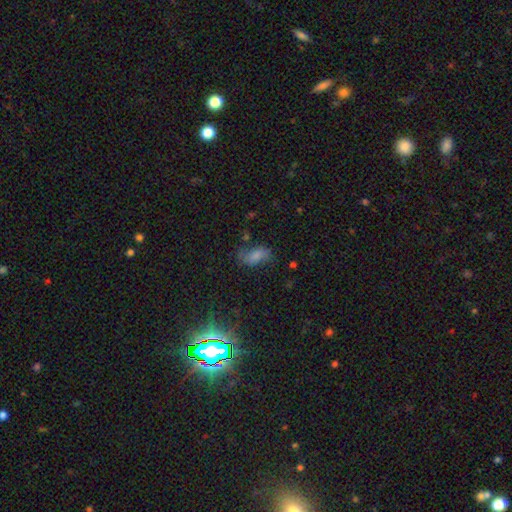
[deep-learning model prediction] A smooth galaxy with no disk features (68%) that is in between round and cigar-shaped (90%). Merging: none (54%).